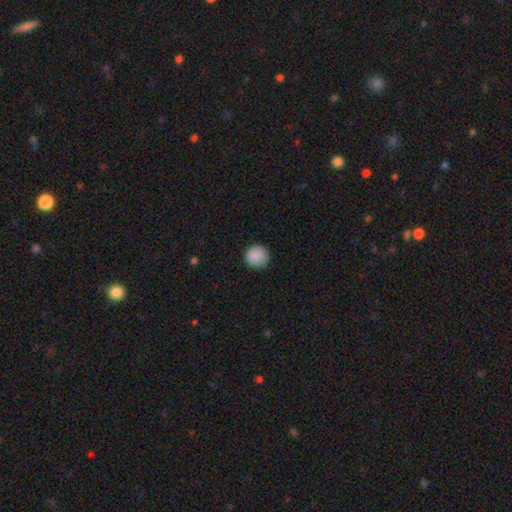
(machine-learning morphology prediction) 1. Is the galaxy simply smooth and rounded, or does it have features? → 89% smooth, 8% star or artifact, 3% featured or disk.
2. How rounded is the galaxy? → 94% round, 5% in between, 1% cigar-shaped.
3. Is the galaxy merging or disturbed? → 88% none, 9% minor disturbance, 2% major disturbance, 1% merger.